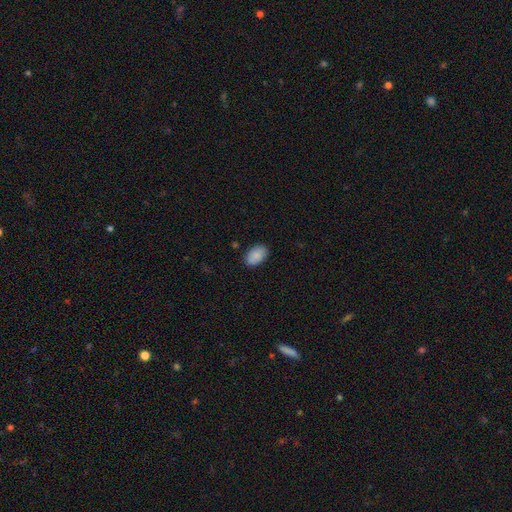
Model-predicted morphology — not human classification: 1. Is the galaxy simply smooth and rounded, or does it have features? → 87% smooth, 7% star or artifact, 6% featured or disk.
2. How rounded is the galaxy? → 90% in between, 9% round, 1% cigar-shaped.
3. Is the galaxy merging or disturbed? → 84% none, 13% minor disturbance, 3% major disturbance, 1% merger.